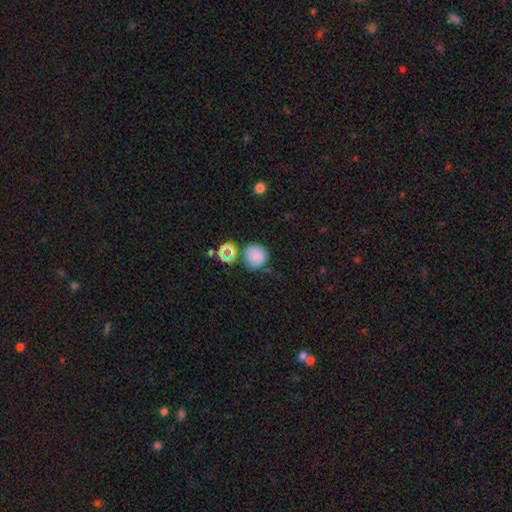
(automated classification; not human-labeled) smooth-or-featured: smooth: 79% | star or artifact: 14% | featured or disk: 7%
  how-rounded: round: 89% | in between: 10% | cigar-shaped: 1%
  merging: none: 67% | minor disturbance: 18% | merger: 10% | major disturbance: 6%